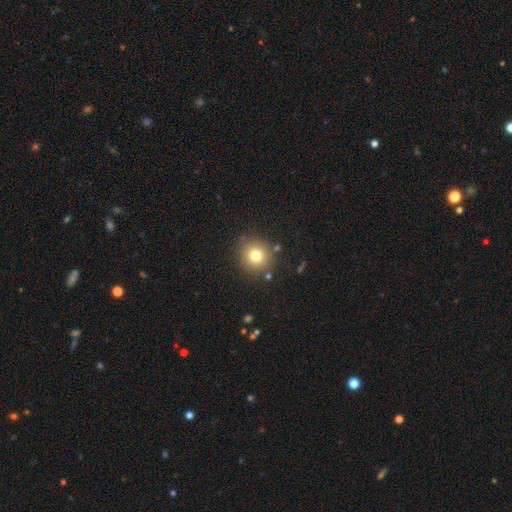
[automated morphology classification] This appears to be a smooth galaxy with no disk features (77%) that is round (90%). Merging: none (85%).